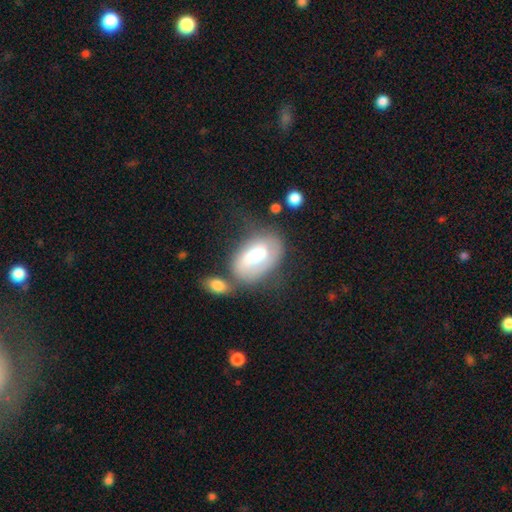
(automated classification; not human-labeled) A smooth galaxy with no disk features (54%) that is in between round and cigar-shaped (90%).

Vote fractions:
- Smooth or featured? smooth: 54% / featured or disk: 39% / star or artifact: 7%
- How rounded? in between: 90% / round: 7% / cigar-shaped: 3%
- Merging? none: 37% / minor disturbance: 23% / merger: 23% / major disturbance: 16%